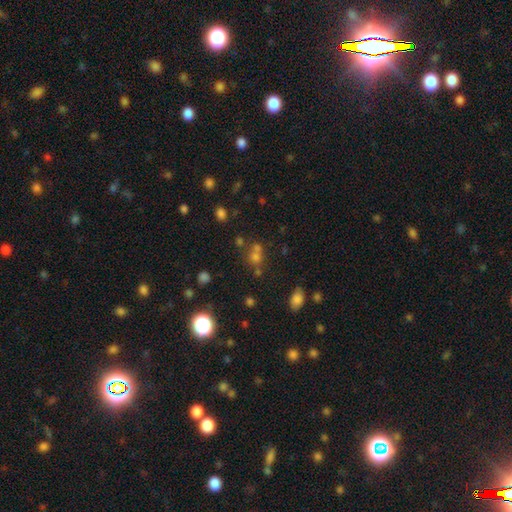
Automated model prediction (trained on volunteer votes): Smooth or featured? smooth (49%)
Merging? none (51%)